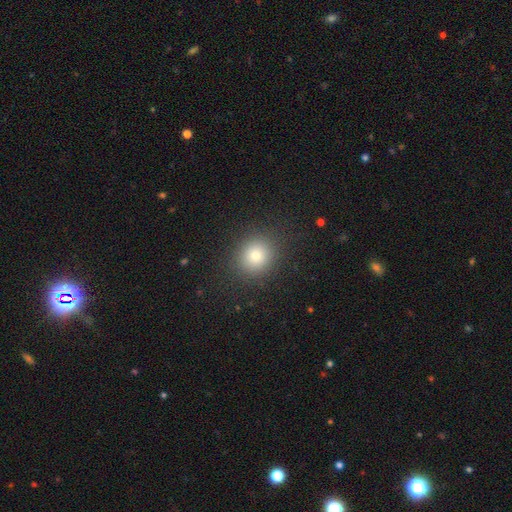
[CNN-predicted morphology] This appears to be a smooth galaxy with no disk features (78%) that is round (83%). Merging: none (88%).